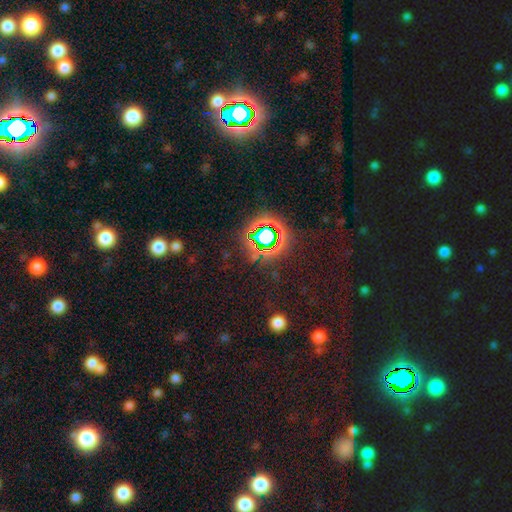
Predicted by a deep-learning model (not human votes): Overall: star or artifact (74%).